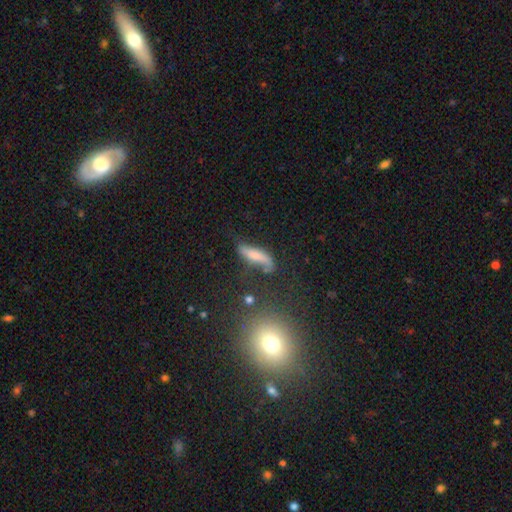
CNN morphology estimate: Smooth or featured? smooth (57%)
How rounded? cigar-shaped (62%)
Merging? none (47%)